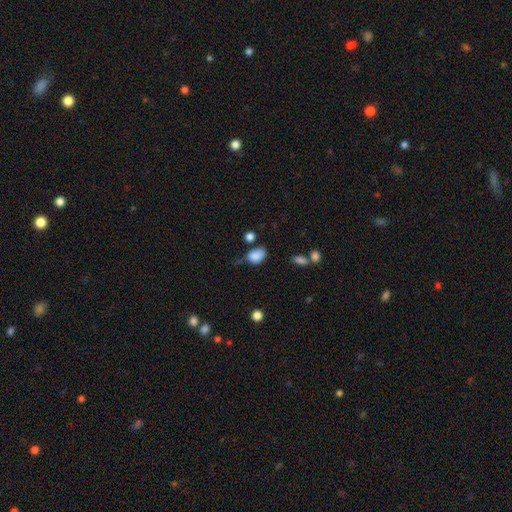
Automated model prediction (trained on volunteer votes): Smooth or featured?
  - smooth: 85% *
  - star or artifact: 9%
  - featured or disk: 6%
How rounded?
  - in between: 74% *
  - round: 25%
  - cigar-shaped: 1%
Merging?
  - none: 44% *
  - minor disturbance: 35%
  - major disturbance: 12%
  - merger: 8%